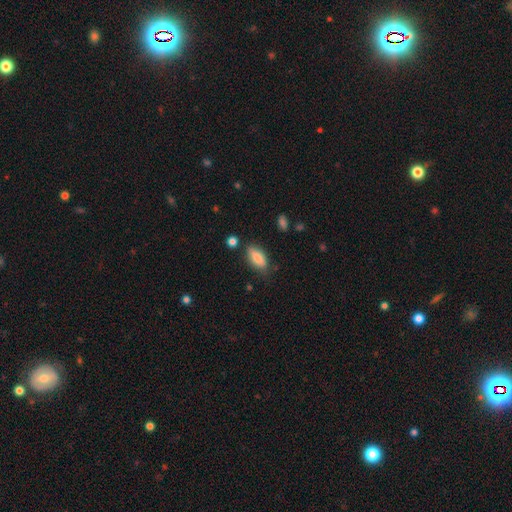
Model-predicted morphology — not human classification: Smooth or featured: smooth — 84% (featured or disk — 9%)
How rounded: in between — 83% (cigar-shaped — 14%)
Merging: none — 77% (minor disturbance — 17%)